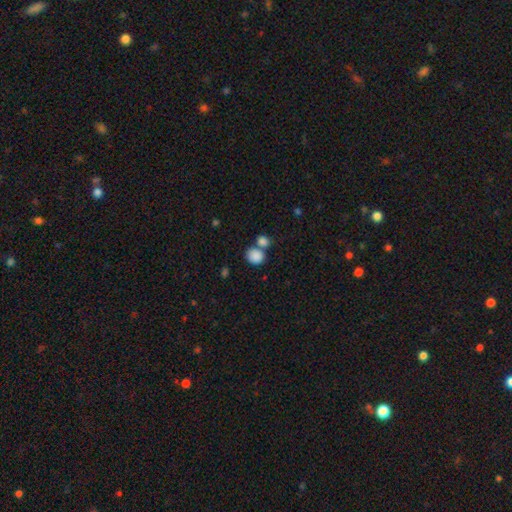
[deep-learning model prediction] Smooth or featured: smooth — 86% (star or artifact — 8%)
How rounded: round — 68% (in between — 31%)
Merging: none — 47% (merger — 39%)